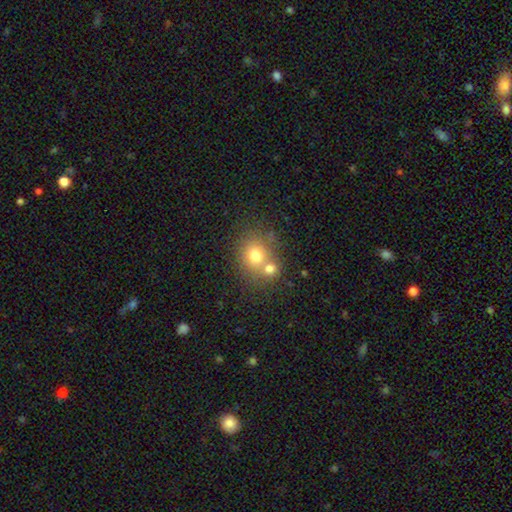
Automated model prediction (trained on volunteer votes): smooth-or-featured: smooth: 73% | featured or disk: 14% | star or artifact: 13%
  how-rounded: round: 73% | in between: 26% | cigar-shaped: 1%
  merging: none: 47% | merger: 42% | minor disturbance: 8% | major disturbance: 3%